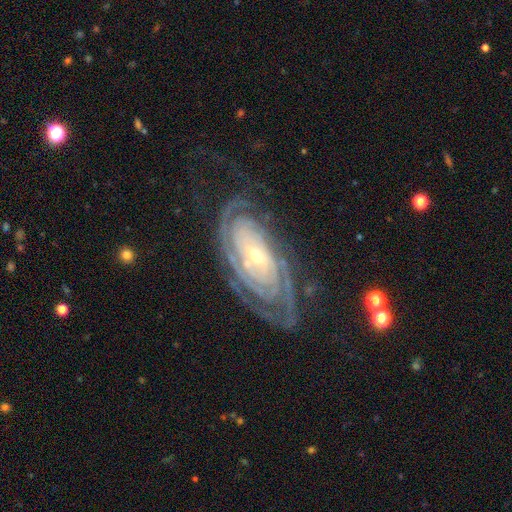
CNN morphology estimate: Smooth or featured: featured or disk — 89% (star or artifact — 6%)
Edge-on disk: no — 94% (yes — 6%)
Bar: no — 64% (weak — 22%)
Spiral arms: yes — 97% (no — 3%)
Spiral winding: tight — 84% (medium — 13%)
Spiral arm count: 2 — 29% (can't tell — 26%)
Bulge size: small — 65% (moderate — 31%)
Merging: none — 72% (minor disturbance — 16%)